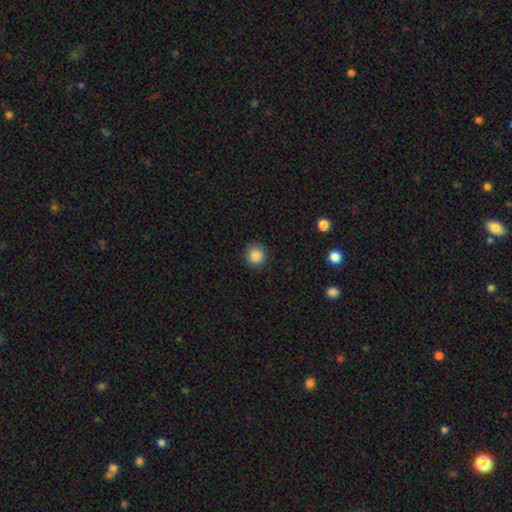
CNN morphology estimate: smooth_or_featured: smooth (p=0.88) [alt: star or artifact p=0.09]
how_rounded: round (p=0.92) [alt: in between p=0.07]
merging: none (p=0.89) [alt: minor disturbance p=0.08]